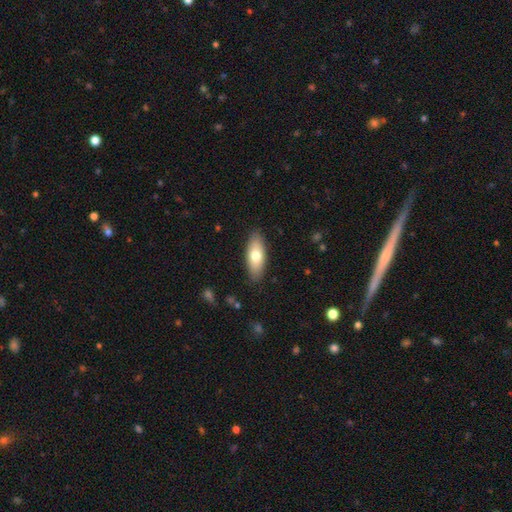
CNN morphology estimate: Smooth or featured: smooth — 70% (featured or disk — 24%)
How rounded: in between — 76% (cigar-shaped — 22%)
Merging: none — 88% (minor disturbance — 9%)